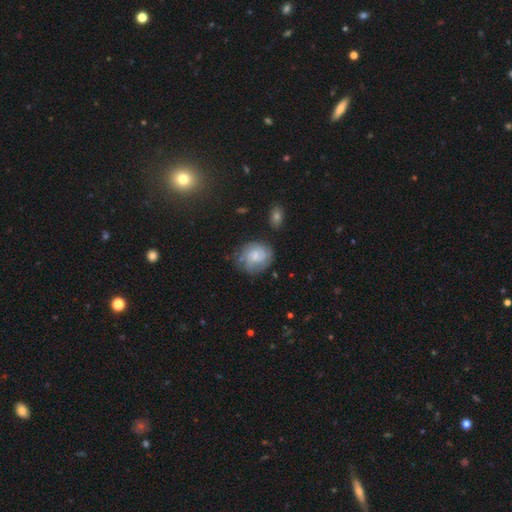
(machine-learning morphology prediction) smooth-or-featured: featured or disk: 55% | smooth: 36% | star or artifact: 9%
  disk-edge-on: no: 98% | yes: 2%
    bar: no: 59% | weak: 36% | strong: 5%
    has-spiral-arms: yes: 84% | no: 16%
    bulge-size: small: 45% | moderate: 27% | none: 21% | large: 5% | dominant: 2%
  merging: none: 66% | minor disturbance: 21% | major disturbance: 9% | merger: 3%